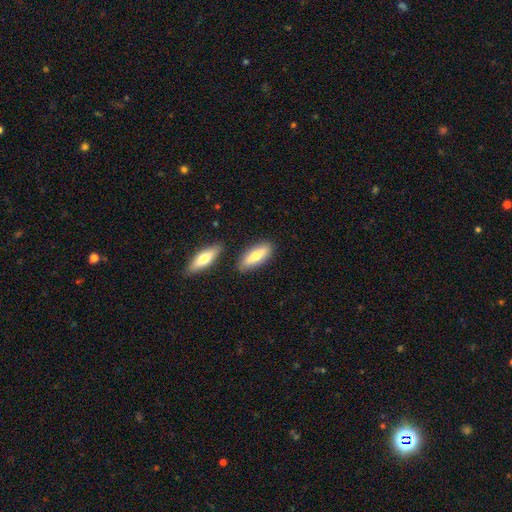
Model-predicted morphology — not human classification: type=smooth (69%); roundness=in between (60%); merging=none (80%).